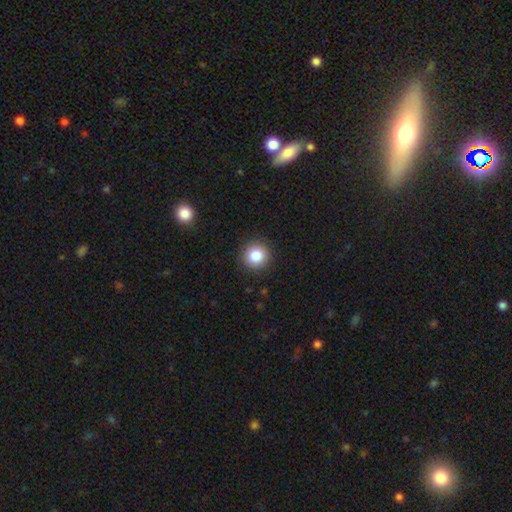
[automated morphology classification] Smooth or featured?
  - smooth: 83% *
  - star or artifact: 10%
  - featured or disk: 7%
How rounded?
  - round: 95% *
  - in between: 5%
  - cigar-shaped: 1%
Merging?
  - none: 91% *
  - minor disturbance: 6%
  - major disturbance: 2%
  - merger: 1%